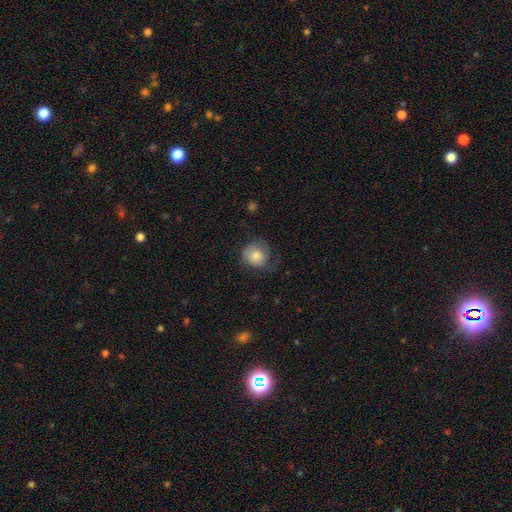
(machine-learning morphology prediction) Smooth or featured?
  - smooth: 66% *
  - featured or disk: 26%
  - star or artifact: 7%
How rounded?
  - round: 83% *
  - in between: 16%
  - cigar-shaped: 1%
Merging?
  - none: 54% *
  - minor disturbance: 27%
  - major disturbance: 18%
  - merger: 1%